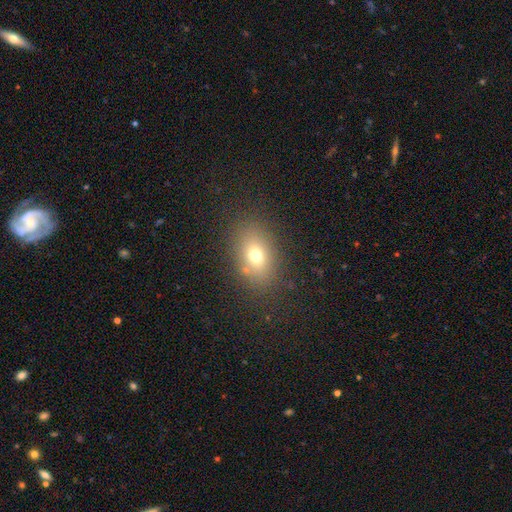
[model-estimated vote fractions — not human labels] This is likely a smooth galaxy (70%). How rounded: likely in between (77%). Merging: clearly none (82%).